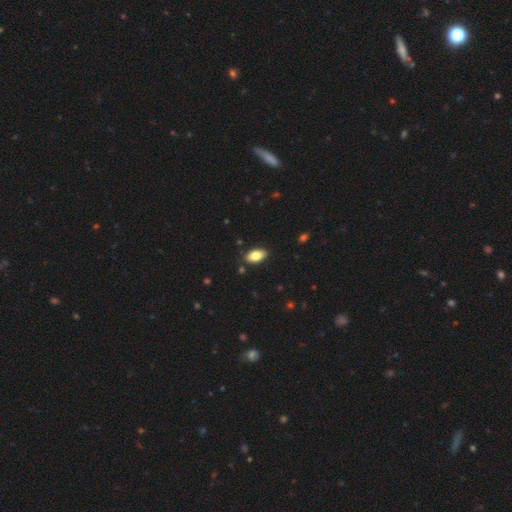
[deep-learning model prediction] Smooth or featured?
  - smooth: 82% *
  - featured or disk: 11%
  - star or artifact: 7%
How rounded?
  - in between: 92% *
  - round: 4%
  - cigar-shaped: 3%
Merging?
  - none: 86% *
  - minor disturbance: 10%
  - major disturbance: 2%
  - merger: 1%